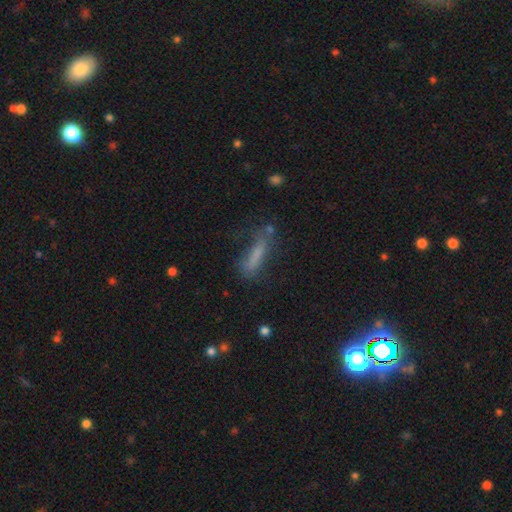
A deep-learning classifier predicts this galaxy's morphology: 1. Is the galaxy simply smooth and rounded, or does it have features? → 68% smooth, 20% featured or disk, 12% star or artifact.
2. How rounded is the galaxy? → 77% cigar-shaped, 20% in between, 2% round.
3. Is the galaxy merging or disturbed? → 55% none, 24% minor disturbance, 15% major disturbance, 6% merger.